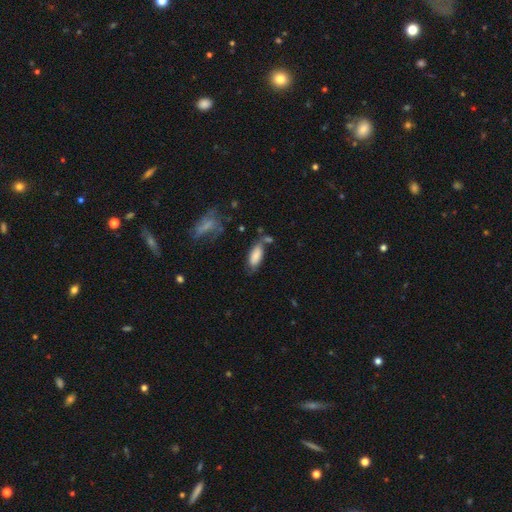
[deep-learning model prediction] smooth 80%, featured or disk 13%, star or artifact 7%. Down the decision tree: how rounded — in between (79%); merging — none (54%).